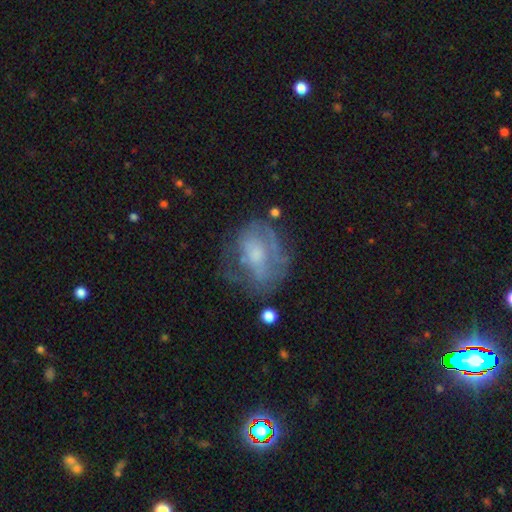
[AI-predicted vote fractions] This appears to be a featured or disk galaxy (55%) with no bar (69%), no spiral arms (63%) and a moderate central bulge (39%). Merging: none (48%).